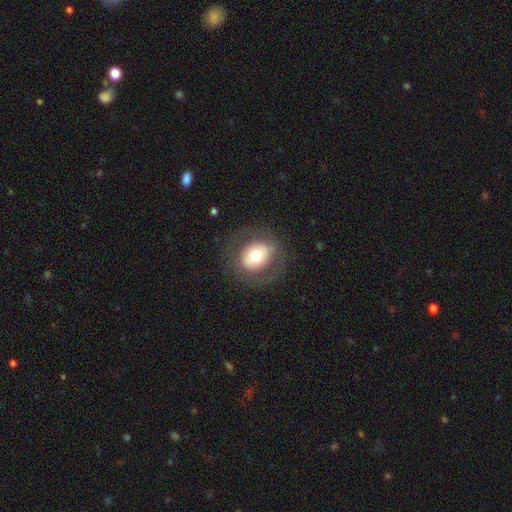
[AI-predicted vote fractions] Morphology: type=smooth (59%); roundness=round (64%); merging=none (77%).